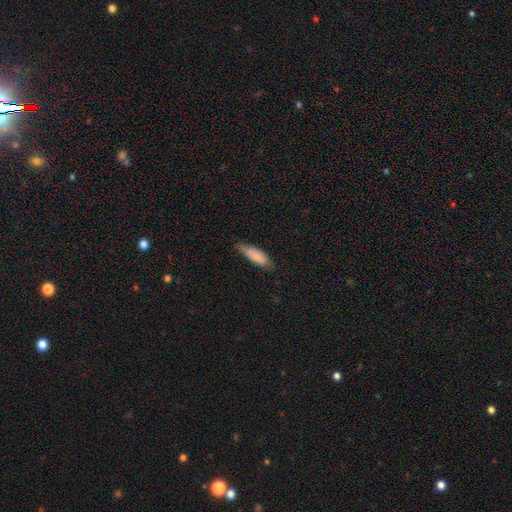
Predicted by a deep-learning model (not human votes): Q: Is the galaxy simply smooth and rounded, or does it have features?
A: smooth — 82%.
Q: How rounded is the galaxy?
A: in between — 57%.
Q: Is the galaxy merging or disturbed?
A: none — 66%.